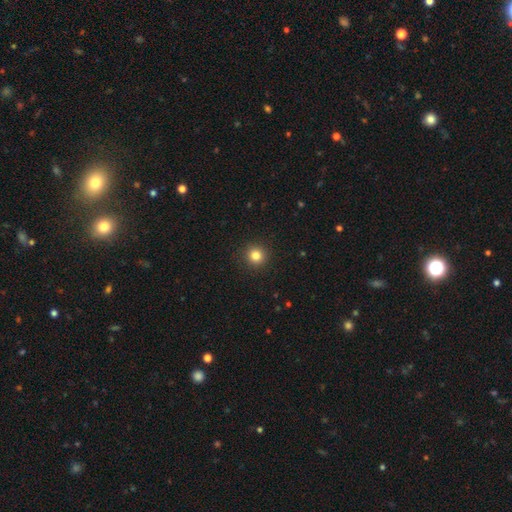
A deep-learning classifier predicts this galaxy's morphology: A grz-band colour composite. It shows a smooth galaxy with no disk features (82%) that is round (94%). Merging: none (93%).